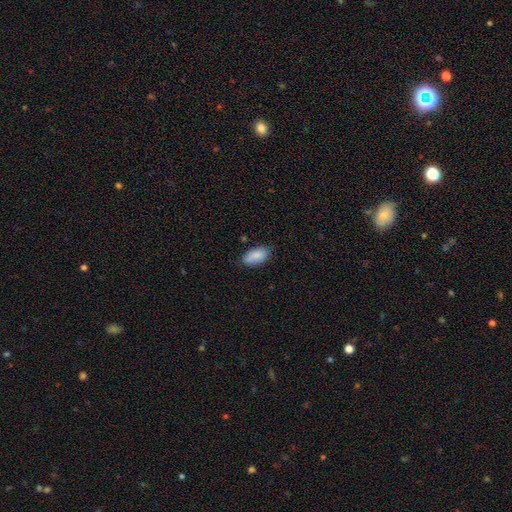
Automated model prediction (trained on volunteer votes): Q: Smooth or featured?
A: smooth (86%); runner-up: featured or disk (8%)
Q: How rounded?
A: in between (93%); runner-up: cigar-shaped (4%)
Q: Merging?
A: none (77%); runner-up: minor disturbance (18%)